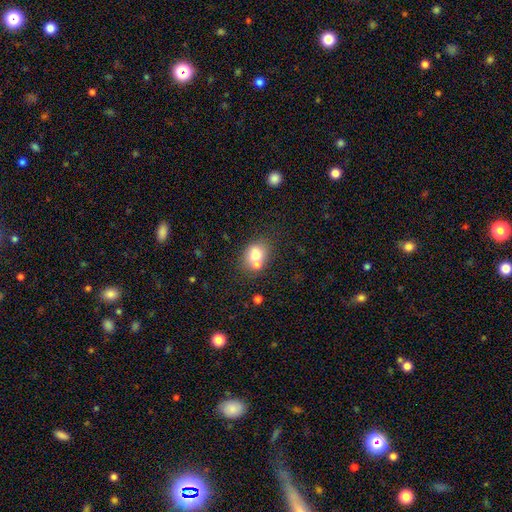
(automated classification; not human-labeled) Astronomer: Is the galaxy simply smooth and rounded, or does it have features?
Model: smooth — 72%.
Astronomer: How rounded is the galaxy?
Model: round — 50% (runner-up: in between, 49%).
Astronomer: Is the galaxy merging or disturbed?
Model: none — 46% (runner-up: merger, 38%).